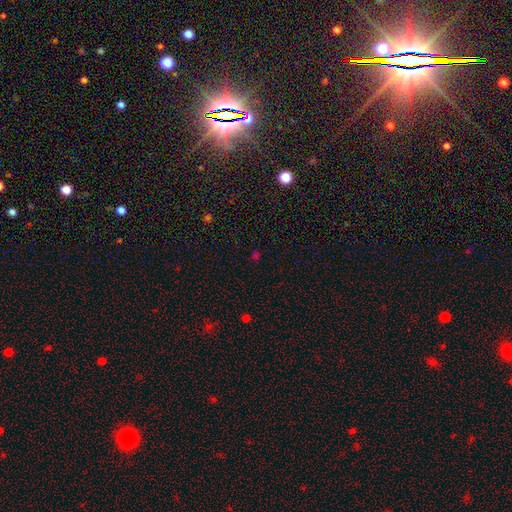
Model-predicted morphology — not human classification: Smooth or featured: star or artifact — 54% (smooth — 39%)